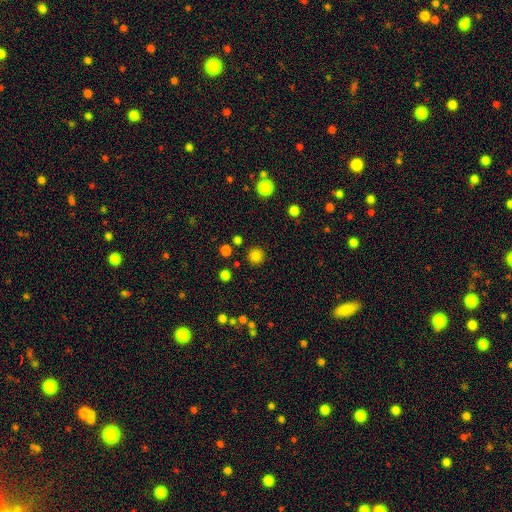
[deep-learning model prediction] A smooth galaxy with no disk features (82%) that is round (94%). Merging: none (89%).